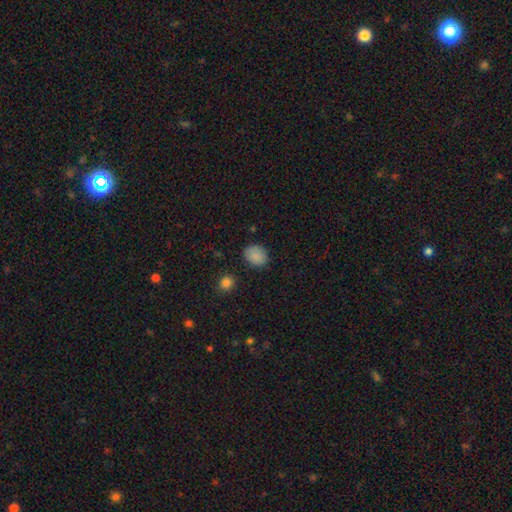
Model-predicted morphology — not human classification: Smooth or featured?
  - smooth: 85% *
  - star or artifact: 9%
  - featured or disk: 5%
How rounded?
  - round: 52% *
  - in between: 47%
  - cigar-shaped: 1%
Merging?
  - none: 82% *
  - minor disturbance: 13%
  - major disturbance: 3%
  - merger: 2%